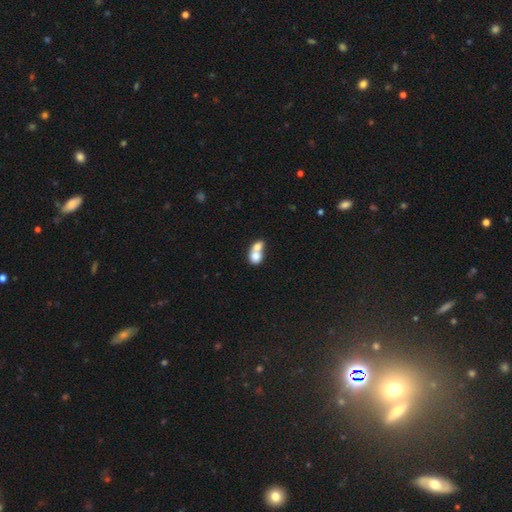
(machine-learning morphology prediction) This is likely a smooth galaxy (73%). How rounded: possibly round (52%). Merging: likely merger (76%).